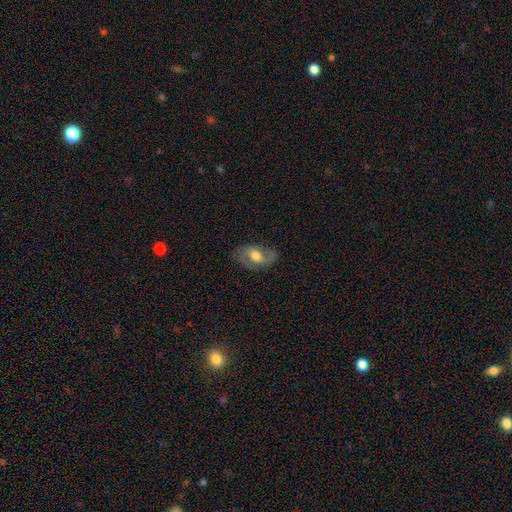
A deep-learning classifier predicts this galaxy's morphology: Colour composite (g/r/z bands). It shows a featured or disk galaxy (70%) with no bar (45%), 2 (85%) medium (45%) spiral arms (89%) and a moderate central bulge (65%). Merging: none (73%).